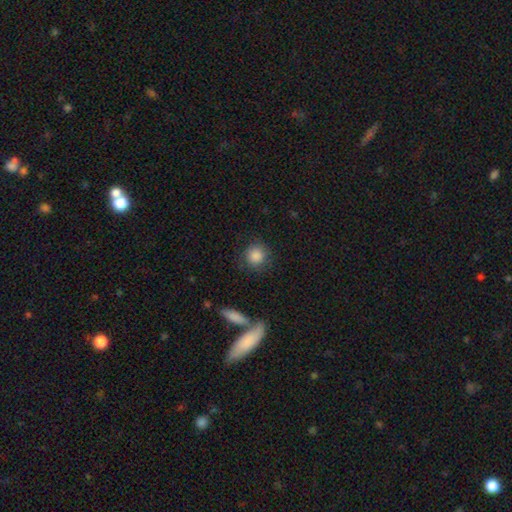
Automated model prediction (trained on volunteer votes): Smooth or featured? smooth (86%)
How rounded? round (90%)
Merging? none (83%)